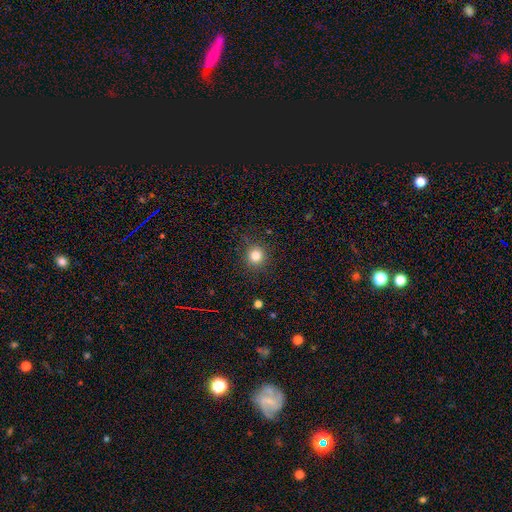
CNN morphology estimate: A smooth galaxy with no disk features (81%) that is round (91%).

Vote fractions:
- Smooth or featured? smooth: 81% / star or artifact: 13% / featured or disk: 6%
- How rounded? round: 91% / in between: 8% / cigar-shaped: 1%
- Merging? none: 88% / minor disturbance: 8% / major disturbance: 3% / merger: 1%